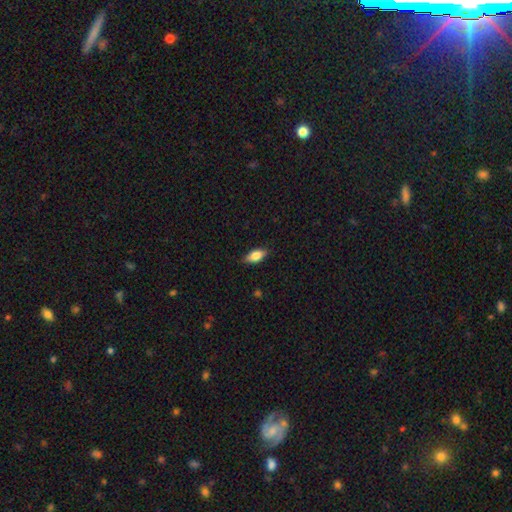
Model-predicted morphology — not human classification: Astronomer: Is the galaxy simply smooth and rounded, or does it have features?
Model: smooth — 77%.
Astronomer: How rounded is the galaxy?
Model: in between — 83%.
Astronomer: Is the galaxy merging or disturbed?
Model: none — 83%.